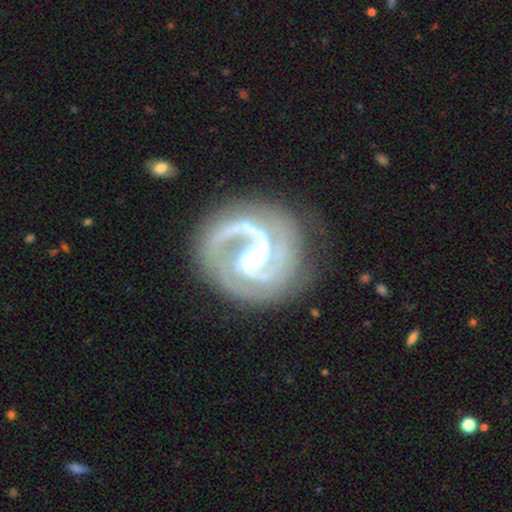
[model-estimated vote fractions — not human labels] featured or disk 92%, star or artifact 4%, smooth 3%. Down the decision tree: edge-on disk — no (98%); bar — weak (45%); spiral arms — yes (98%); spiral arm count — 2 (72%); spiral winding — medium (48%); bulge size — small (51%); merging — none (73%).